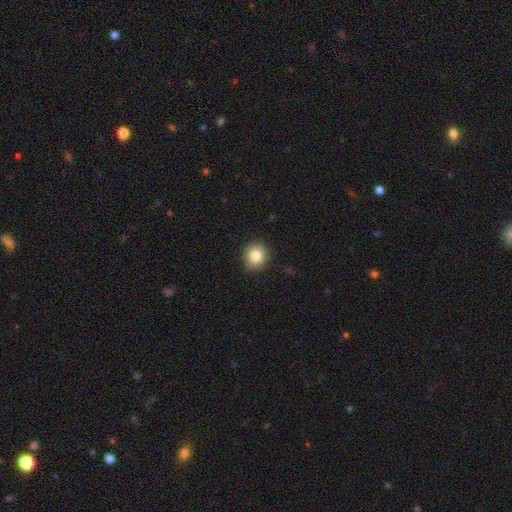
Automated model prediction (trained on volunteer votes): A smooth galaxy with no disk features (84%) that is round (85%).

Vote fractions:
- Smooth or featured? smooth: 84% / star or artifact: 10% / featured or disk: 7%
- How rounded? round: 85% / in between: 14% / cigar-shaped: 1%
- Merging? none: 89% / minor disturbance: 8% / major disturbance: 2% / merger: 1%